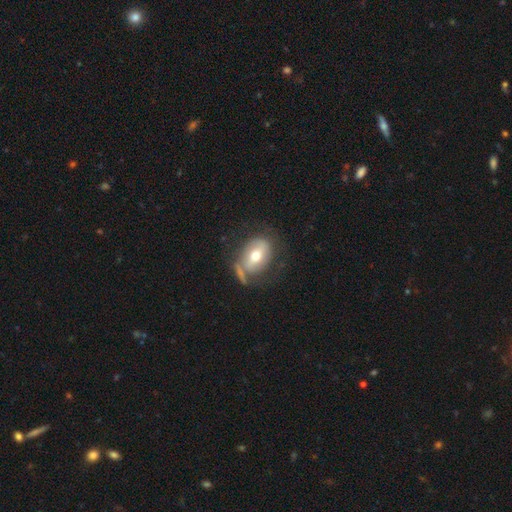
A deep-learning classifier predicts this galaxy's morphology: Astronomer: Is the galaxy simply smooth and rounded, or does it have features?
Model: featured or disk — 55% (runner-up: smooth, 38%).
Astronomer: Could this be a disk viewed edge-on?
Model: no — 91%.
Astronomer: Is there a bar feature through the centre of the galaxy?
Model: weak — 38% (runner-up: no, 34%).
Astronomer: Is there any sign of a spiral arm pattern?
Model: yes — 61% (runner-up: no, 39%).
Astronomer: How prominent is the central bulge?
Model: moderate — 72%.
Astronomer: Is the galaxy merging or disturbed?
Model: none — 45% (runner-up: minor disturbance, 24%).